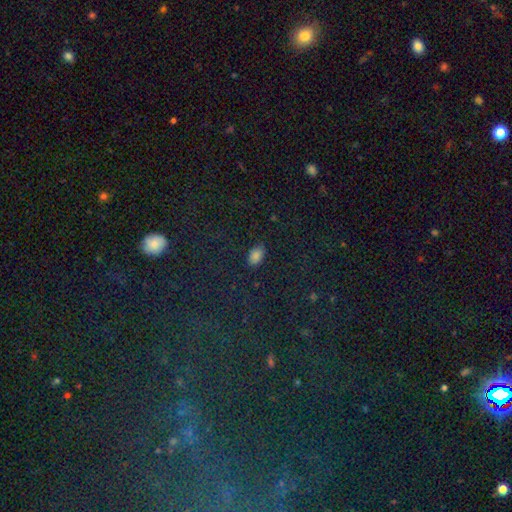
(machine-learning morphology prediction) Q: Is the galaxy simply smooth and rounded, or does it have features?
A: smooth — 80%.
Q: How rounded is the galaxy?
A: in between — 92%.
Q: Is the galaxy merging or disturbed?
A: none — 87%.